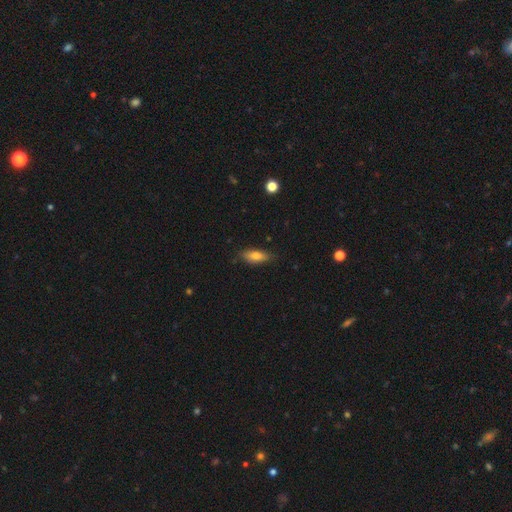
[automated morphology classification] This is likely a smooth galaxy (75%). How rounded: likely in between (71%). Merging: likely none (79%).